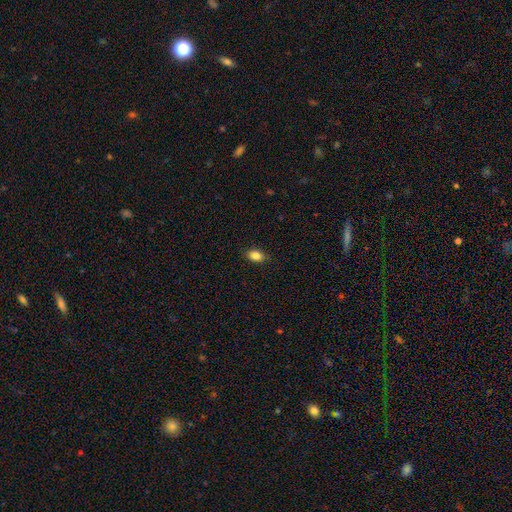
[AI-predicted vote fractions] Smooth or featured: smooth — 87% (star or artifact — 9%)
How rounded: in between — 86% (round — 12%)
Merging: none — 86% (minor disturbance — 11%)